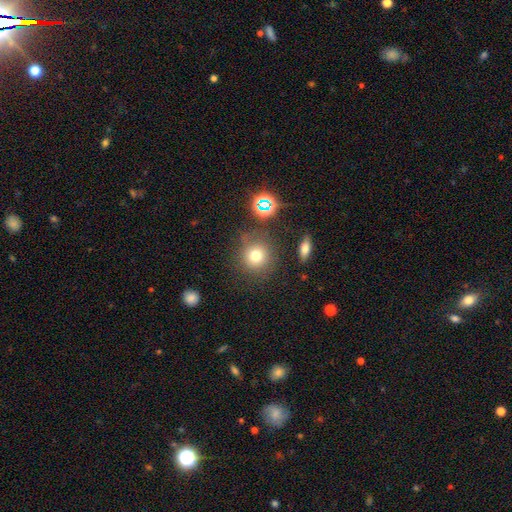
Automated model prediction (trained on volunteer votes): Smooth or featured? smooth (73%)
How rounded? round (90%)
Merging? none (77%)